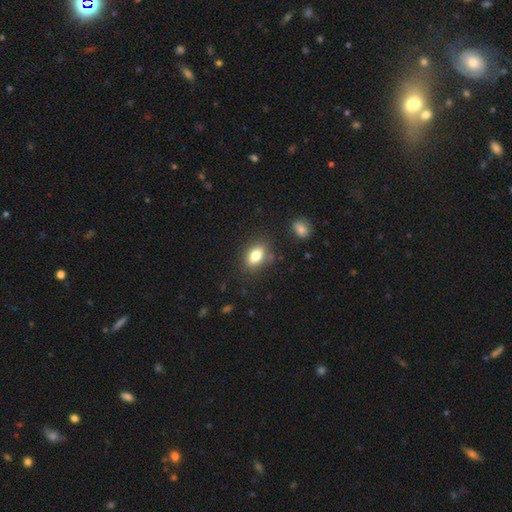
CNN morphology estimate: Smooth or featured? Predicted: smooth (p=0.79). How rounded? Predicted: in between (p=0.82). Merging? Predicted: none (p=0.81).